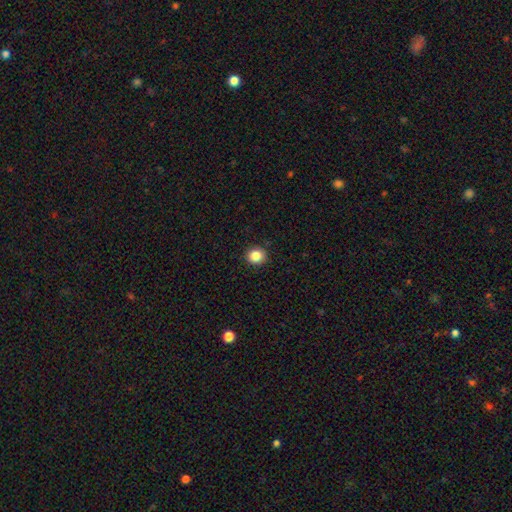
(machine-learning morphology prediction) Smooth or featured? smooth (86%)
How rounded? round (89%)
Merging? none (92%)